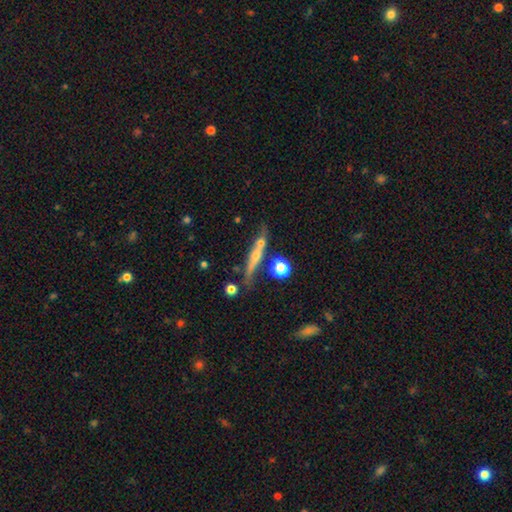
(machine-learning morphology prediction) Smooth or featured?
  - featured or disk: 61% *
  - smooth: 30%
  - star or artifact: 9%
Edge-on disk?
  - yes: 89% *
  - no: 11%
Edge-on bulge?
  - rounded: 80% *
  - none: 15%
  - boxy: 6%
Merging?
  - none: 63% *
  - minor disturbance: 17%
  - merger: 15%
  - major disturbance: 6%